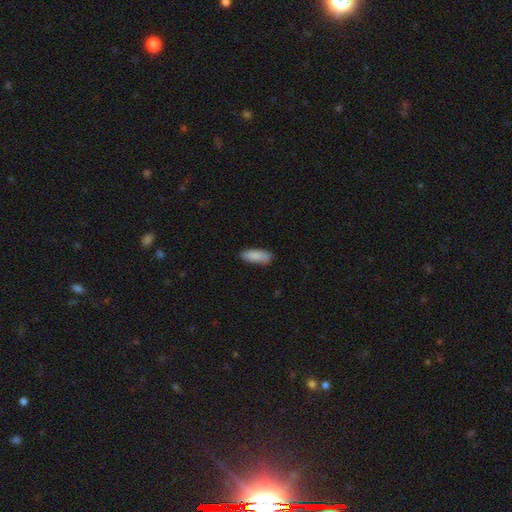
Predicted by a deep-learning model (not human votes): Q: Smooth or featured?
A: smooth (88%); runner-up: star or artifact (6%)
Q: How rounded?
A: in between (72%); runner-up: cigar-shaped (26%)
Q: Merging?
A: none (77%); runner-up: minor disturbance (18%)